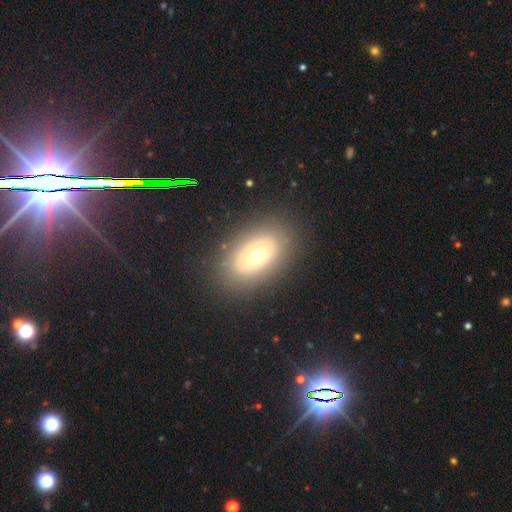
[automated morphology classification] smooth_or_featured: smooth (p=0.60) [alt: featured or disk p=0.29]
how_rounded: in between (p=0.84) [alt: round p=0.14]
merging: none (p=0.84) [alt: minor disturbance p=0.10]